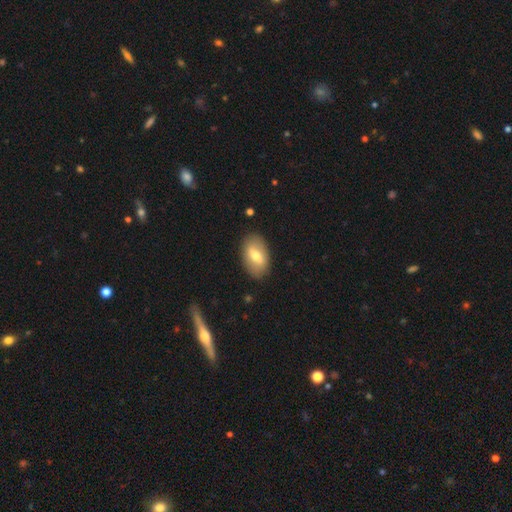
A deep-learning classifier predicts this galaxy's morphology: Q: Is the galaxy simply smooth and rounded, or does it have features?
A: smooth — 59%.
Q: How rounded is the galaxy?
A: in between — 91%.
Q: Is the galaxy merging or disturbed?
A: none — 86%.